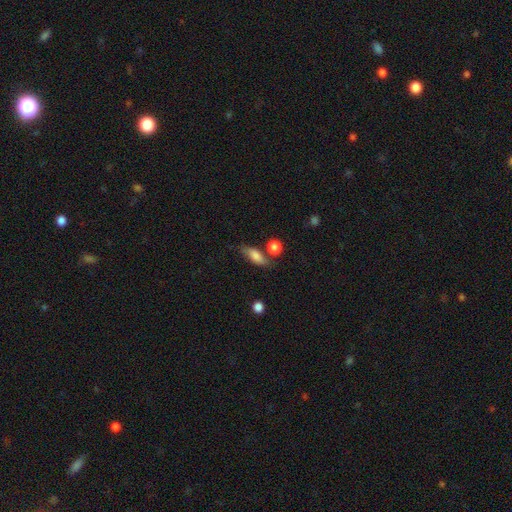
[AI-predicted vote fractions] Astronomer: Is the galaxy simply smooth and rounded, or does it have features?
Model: smooth — 76%.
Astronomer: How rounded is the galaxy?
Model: in between — 72%.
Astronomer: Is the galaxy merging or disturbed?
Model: none — 61%.